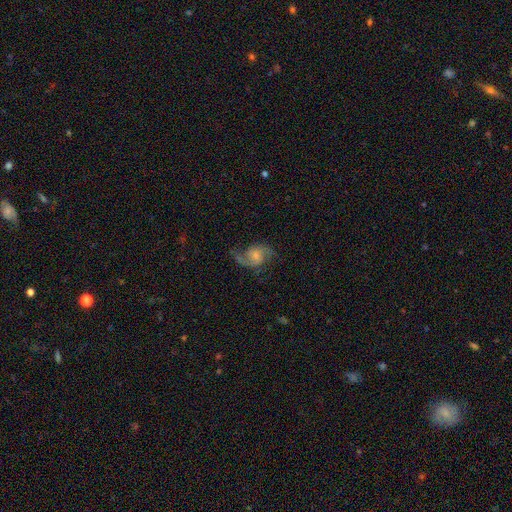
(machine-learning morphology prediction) Smooth or featured? featured or disk (83%)
Edge-on disk? no (98%)
Bar? no (54%)
Spiral arms? yes (96%)
Spiral winding? loose (45%, tied with medium)
Spiral arm count? 2 (89%)
Bulge size? small (44%)
Merging? none (67%)